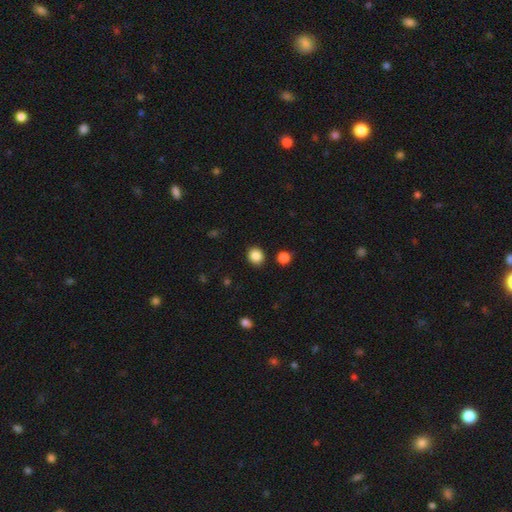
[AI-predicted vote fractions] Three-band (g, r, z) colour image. It shows a smooth galaxy with no disk features (86%) that is round (81%). Merging: none (89%).